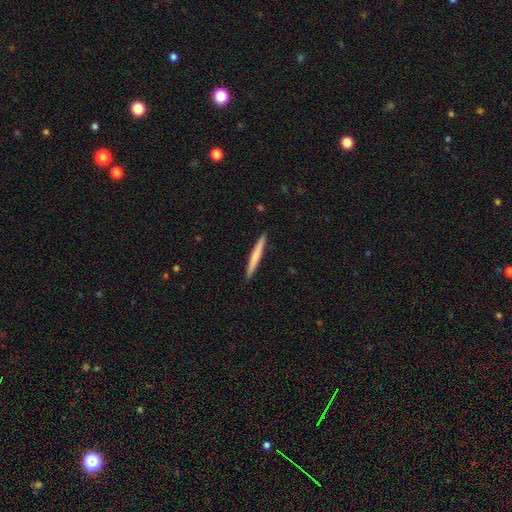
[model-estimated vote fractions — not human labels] Smooth or featured?
  - smooth: 67% *
  - featured or disk: 28%
  - star or artifact: 5%
How rounded?
  - cigar-shaped: 97% *
  - in between: 2%
  - round: 1%
Merging?
  - none: 92% *
  - minor disturbance: 5%
  - major disturbance: 1%
  - merger: 1%